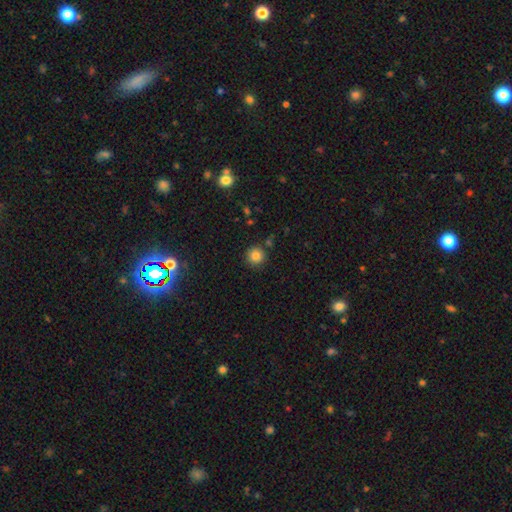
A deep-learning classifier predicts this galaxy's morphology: A smooth galaxy with no disk features (84%) that is round (95%).

Vote fractions:
- Smooth or featured? smooth: 84% / star or artifact: 12% / featured or disk: 5%
- How rounded? round: 95% / in between: 4% / cigar-shaped: 1%
- Merging? none: 87% / minor disturbance: 7% / merger: 4% / major disturbance: 2%